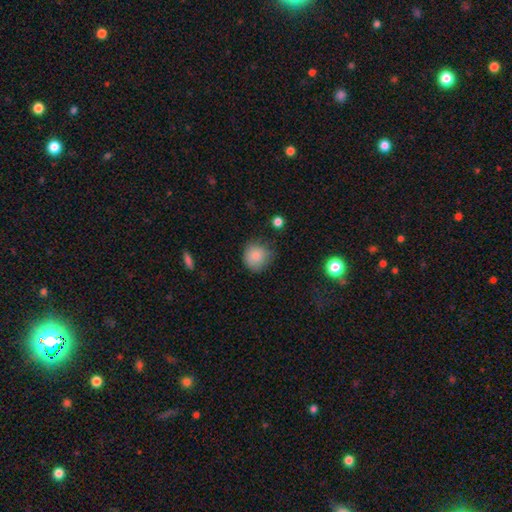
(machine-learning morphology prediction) Overall: smooth (83%). How rounded: round (87%). Merging: none (65%; minor disturbance 26%).